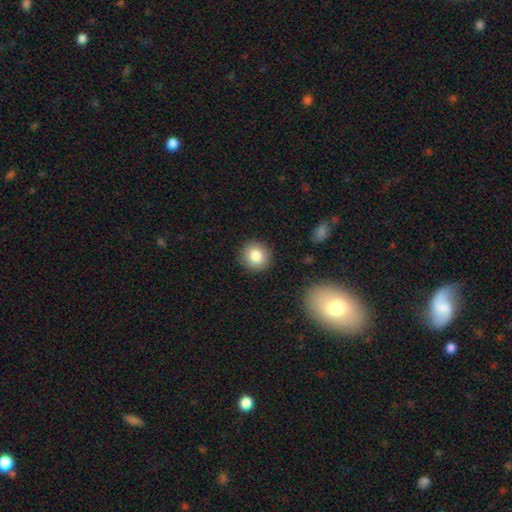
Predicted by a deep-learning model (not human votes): Smooth or featured: smooth — 84% (star or artifact — 9%)
How rounded: round — 91% (in between — 8%)
Merging: none — 90% (minor disturbance — 7%)